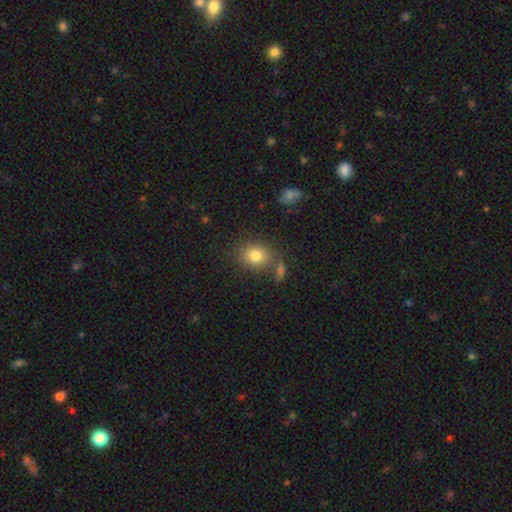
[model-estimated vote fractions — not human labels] A smooth galaxy with no disk features (80%) that is round (60%). Merging: none (73%).